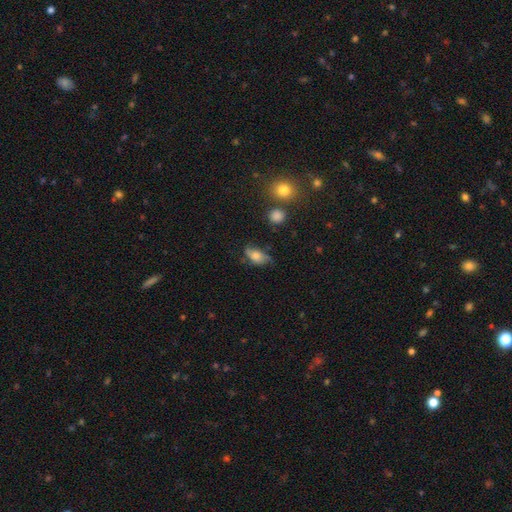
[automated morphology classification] Smooth or featured: smooth — 71% (featured or disk — 20%)
How rounded: in between — 87% (round — 8%)
Merging: none — 49% (minor disturbance — 34%)